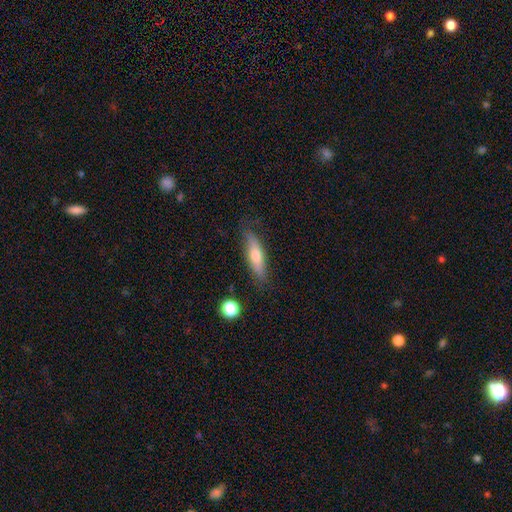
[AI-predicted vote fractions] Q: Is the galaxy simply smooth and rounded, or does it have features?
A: smooth — 54%.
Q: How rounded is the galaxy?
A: cigar-shaped — 71%.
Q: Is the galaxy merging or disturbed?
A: none — 80%.